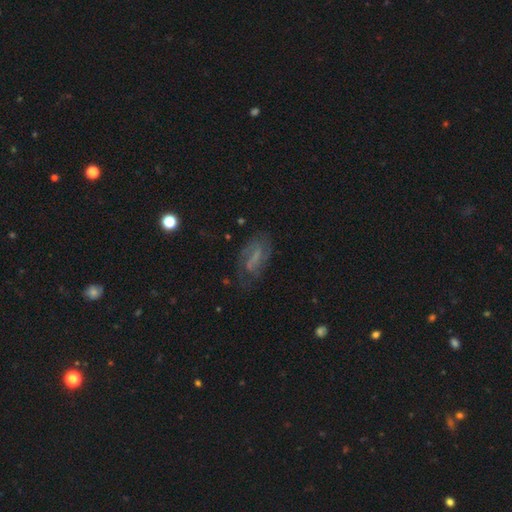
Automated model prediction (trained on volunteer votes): Smooth or featured: featured or disk — 62% (smooth — 26%)
Edge-on disk: no — 94% (yes — 6%)
Bar: weak — 42% (strong — 30%)
Spiral arms: yes — 79% (no — 21%)
Bulge size: none — 55% (small — 26%)
Merging: none — 61% (minor disturbance — 21%)